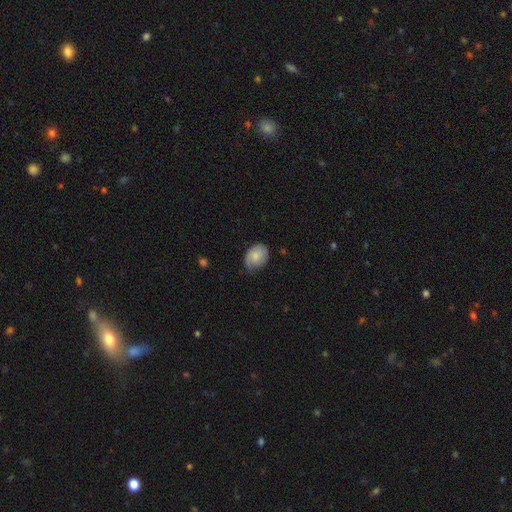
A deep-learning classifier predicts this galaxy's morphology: This is likely a smooth galaxy (75%). How rounded: likely in between (66%). Merging: possibly none (58%).